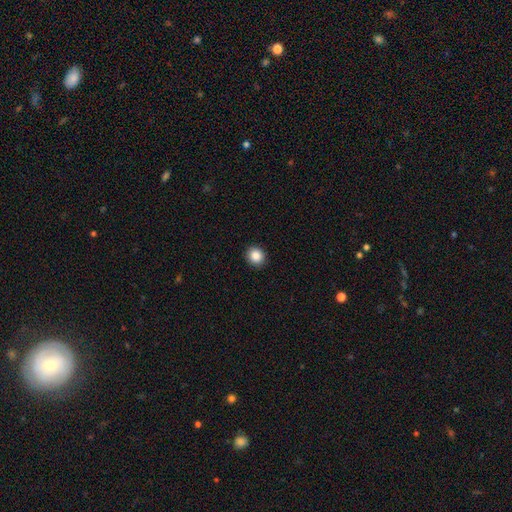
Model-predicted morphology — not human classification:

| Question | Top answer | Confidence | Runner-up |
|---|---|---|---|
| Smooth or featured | smooth | 87% | star or artifact (10%) |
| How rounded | round | 89% | in between (11%) |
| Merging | none | 92% | minor disturbance (5%) |